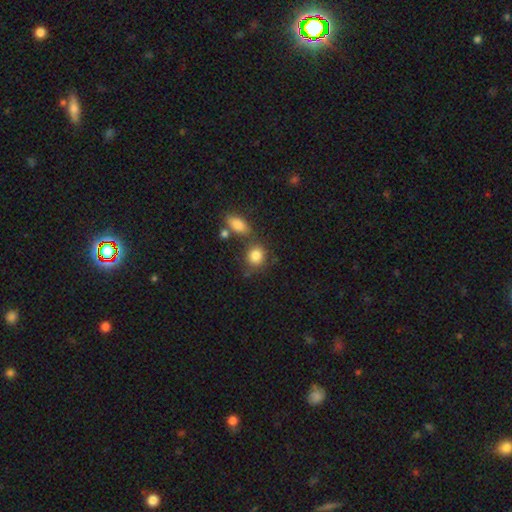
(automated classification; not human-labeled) Smooth or featured: smooth — 85% (star or artifact — 9%)
How rounded: round — 72% (in between — 26%)
Merging: none — 63% (merger — 17%)